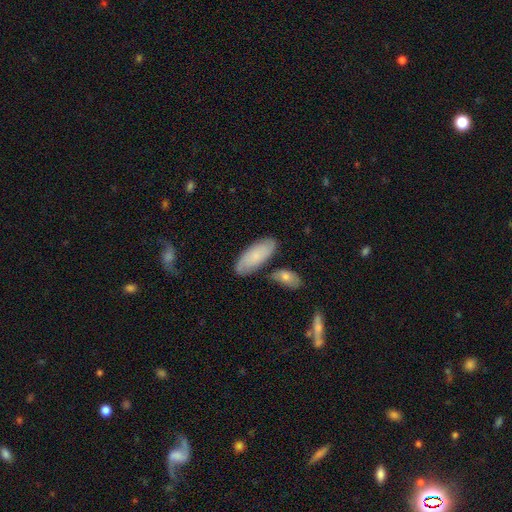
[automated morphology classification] type=smooth (70%); roundness=in between (83%); merging=none (75%).